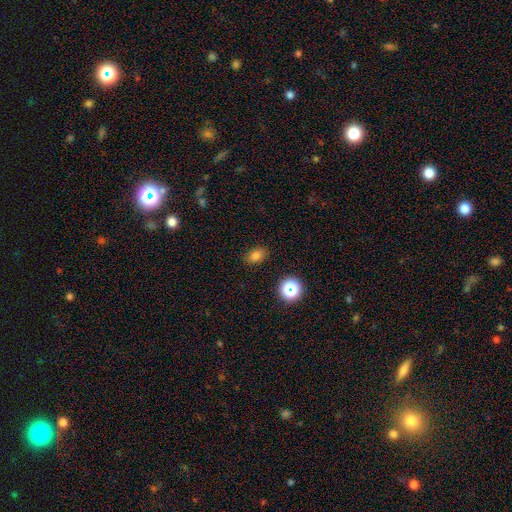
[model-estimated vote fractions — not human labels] Smooth or featured?
  - smooth: 78% *
  - star or artifact: 15%
  - featured or disk: 7%
How rounded?
  - in between: 78% *
  - round: 21%
  - cigar-shaped: 1%
Merging?
  - none: 86% *
  - minor disturbance: 10%
  - major disturbance: 3%
  - merger: 2%